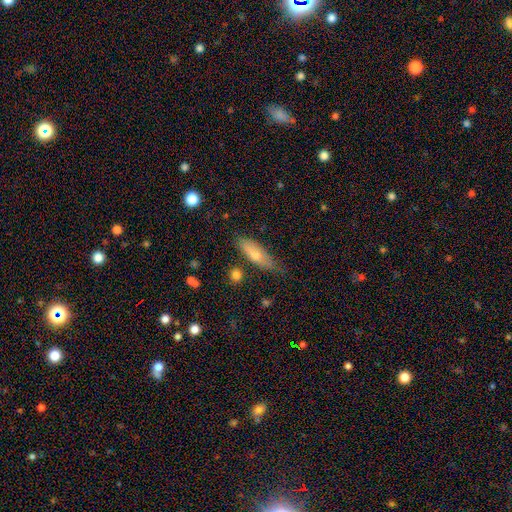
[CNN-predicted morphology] The model was most divided on "how rounded": cigar-shaped: 54%, in between: 44%, round: 3%. More confident: merging — none (69%); smooth or featured — smooth (64%).